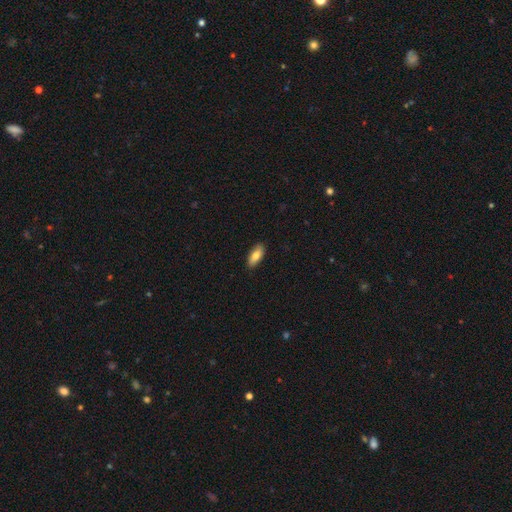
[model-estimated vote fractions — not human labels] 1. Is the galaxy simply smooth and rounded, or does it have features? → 80% smooth, 14% featured or disk, 6% star or artifact.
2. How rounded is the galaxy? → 80% in between, 18% cigar-shaped, 2% round.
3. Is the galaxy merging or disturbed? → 88% none, 9% minor disturbance, 2% major disturbance, 1% merger.